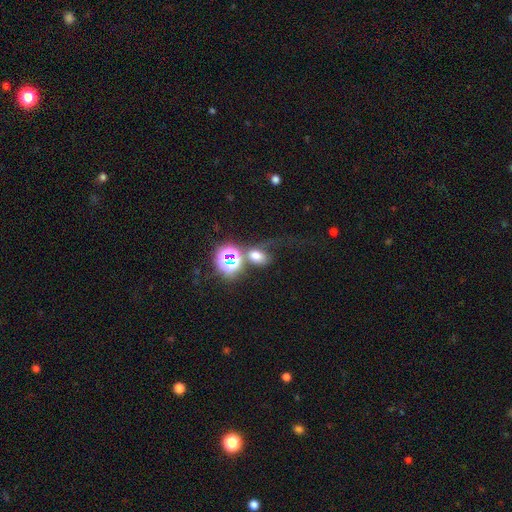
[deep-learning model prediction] A smooth galaxy with no disk features (57%) that is in between round and cigar-shaped (66%).

Vote fractions:
- Smooth or featured? smooth: 57% / star or artifact: 28% / featured or disk: 16%
- How rounded? in between: 66% / round: 32% / cigar-shaped: 2%
- Merging? none: 34% / major disturbance: 26% / merger: 25% / minor disturbance: 15%